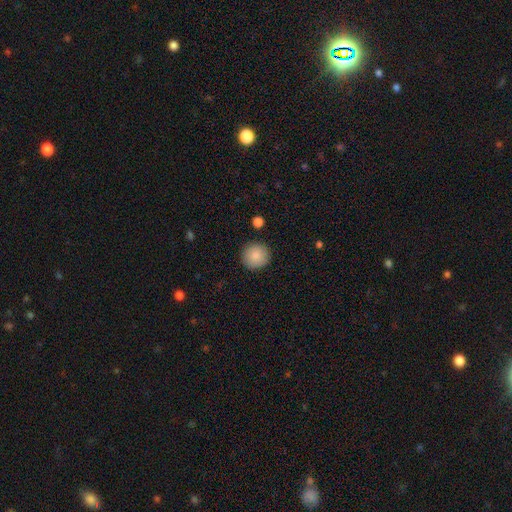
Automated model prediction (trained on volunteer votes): A smooth galaxy with no disk features (87%) that is round (94%). Merging: none (91%).